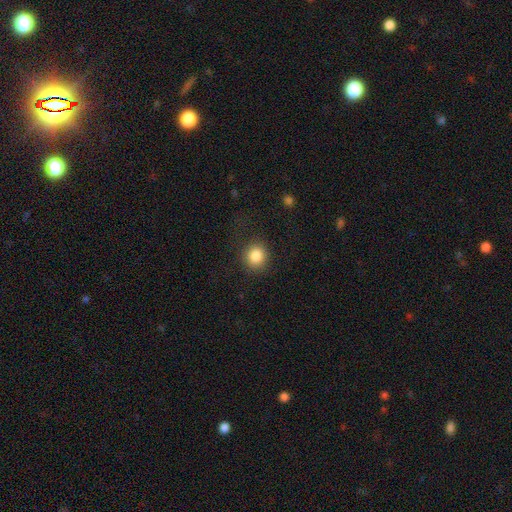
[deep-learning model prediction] A smooth galaxy with no disk features (85%) that is round (84%). Merging: none (85%).